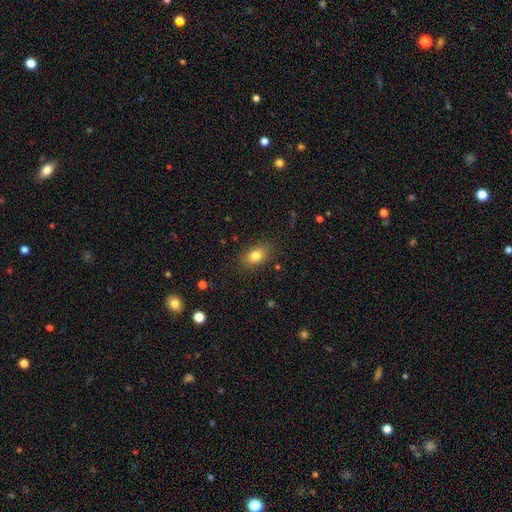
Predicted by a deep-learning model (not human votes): A smooth galaxy with no disk features (80%) that is in between round and cigar-shaped (81%). Merging: none (84%).